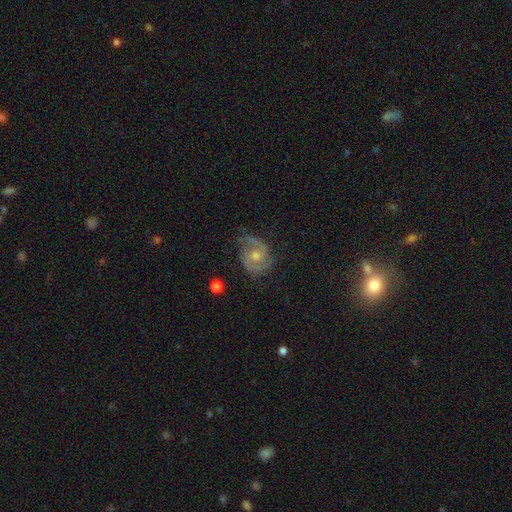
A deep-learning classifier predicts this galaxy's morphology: The model was most divided on "spiral winding": medium: 46%, tight: 39%, loose: 14%. More confident: edge-on disk — no (98%); spiral arms — yes (95%); smooth or featured — featured or disk (82%); spiral arm count — 2 (79%); merging — none (71%); bar — no (64%); bulge size — moderate (61%).